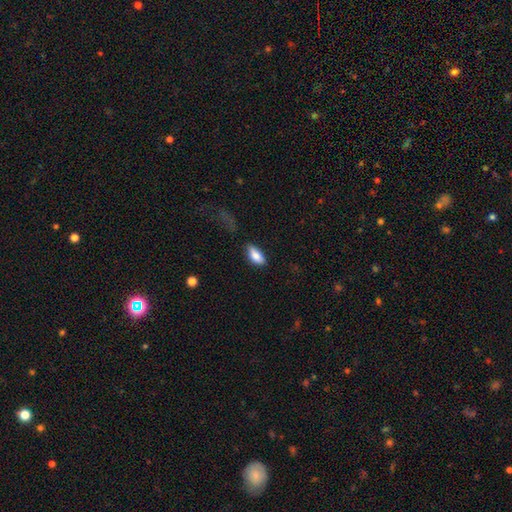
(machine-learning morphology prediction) This appears to be a smooth galaxy with no disk features (80%) that is in between round and cigar-shaped (85%). Merging: none (72%).